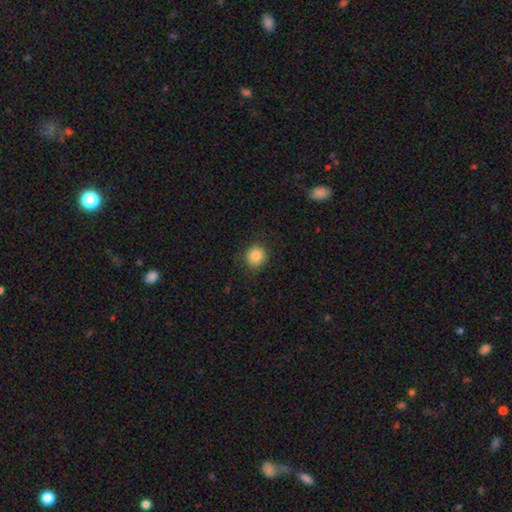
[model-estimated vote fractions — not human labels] The model was most divided on "merging": none: 84%, minor disturbance: 12%, major disturbance: 3%, merger: 1%. More confident: how rounded — round (87%); smooth or featured — smooth (86%).